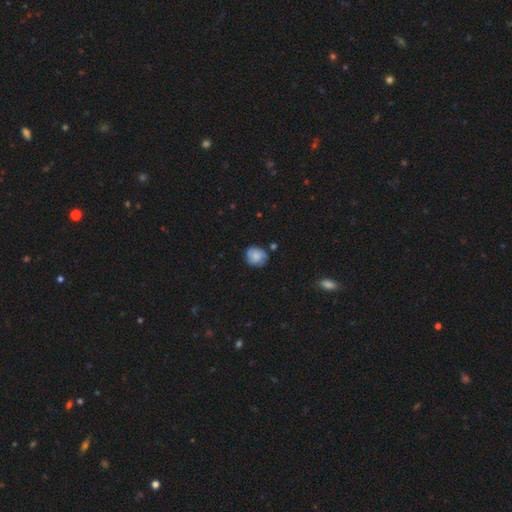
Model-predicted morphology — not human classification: This is likely a smooth galaxy (67%). How rounded: likely round (76%). Merging: likely none (68%).